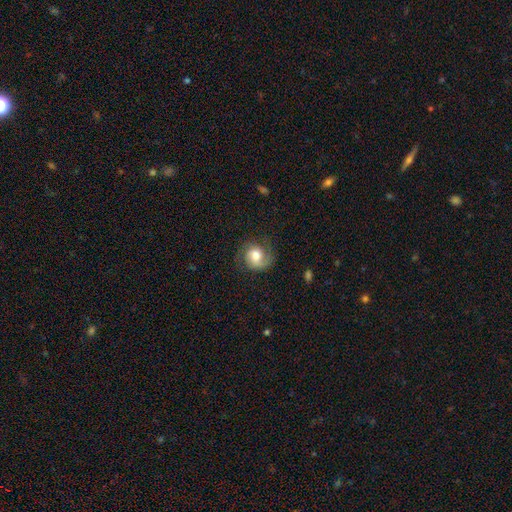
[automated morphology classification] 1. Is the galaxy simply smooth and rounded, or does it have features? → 47% smooth, 45% featured or disk, 8% star or artifact.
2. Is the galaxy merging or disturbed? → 66% none, 20% minor disturbance, 12% major disturbance, 1% merger.